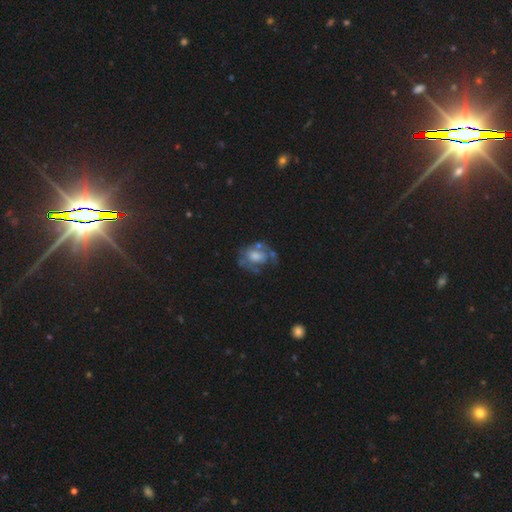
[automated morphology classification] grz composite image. It shows a featured or disk galaxy (57%) with no bar (72%), spiral arms (52%) and a moderate central bulge (41%). Merging: none (46%).